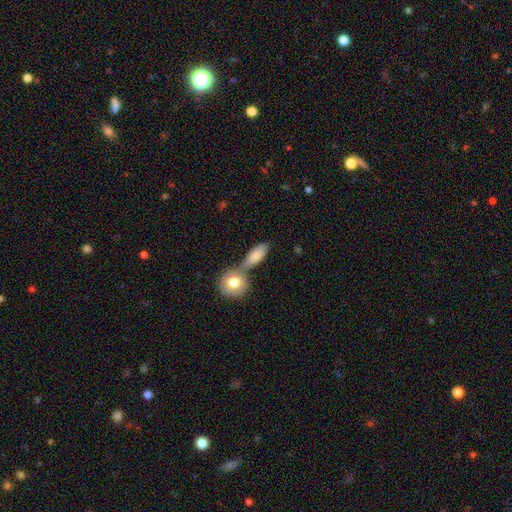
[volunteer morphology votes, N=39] Q: Smooth or featured?
A: smooth (79%); runner-up: featured or disk (13%)
Q: How rounded?
A: in between (84%); runner-up: cigar-shaped (13%)
Q: Merging?
A: merger (64%); runner-up: none (22%)